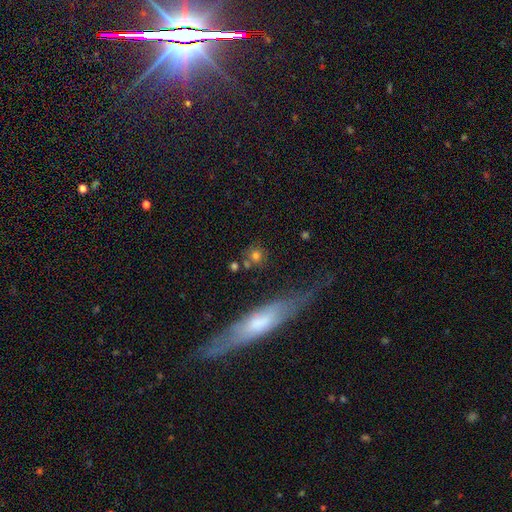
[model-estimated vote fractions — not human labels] Morphology: type=smooth (74%); roundness=round (86%); merging=none (71%).